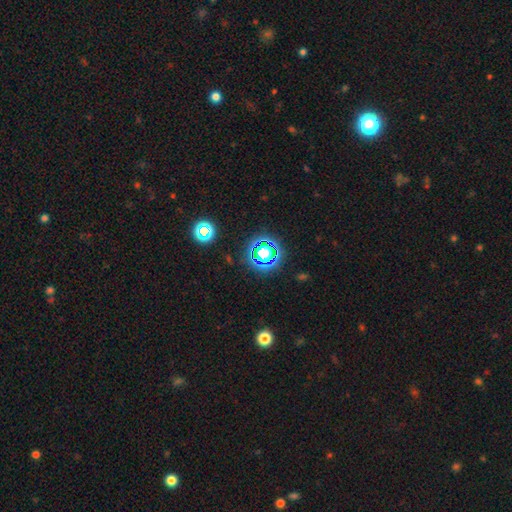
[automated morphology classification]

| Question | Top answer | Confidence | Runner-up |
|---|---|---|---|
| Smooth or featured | star or artifact | 75% | smooth (17%) |